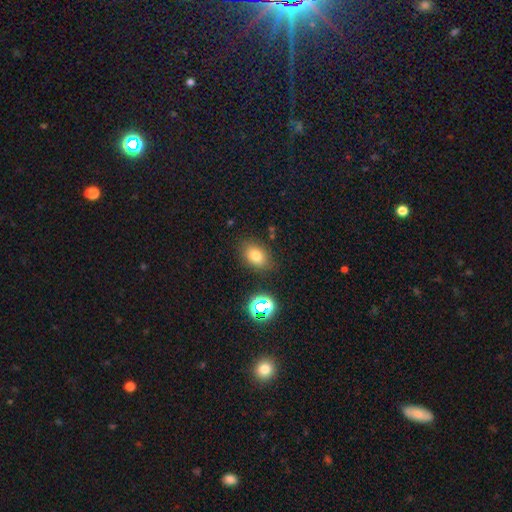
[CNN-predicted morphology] Q: Smooth or featured?
A: smooth (74%); runner-up: star or artifact (16%)
Q: How rounded?
A: in between (76%); runner-up: round (23%)
Q: Merging?
A: none (81%); runner-up: minor disturbance (12%)